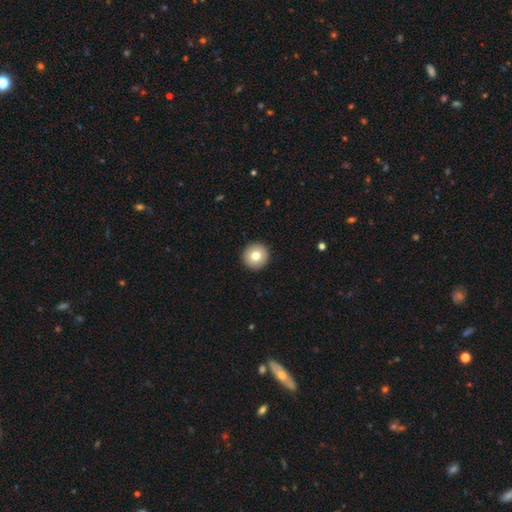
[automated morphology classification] This appears to be a smooth galaxy with no disk features (77%) that is round (96%). Merging: none (93%).